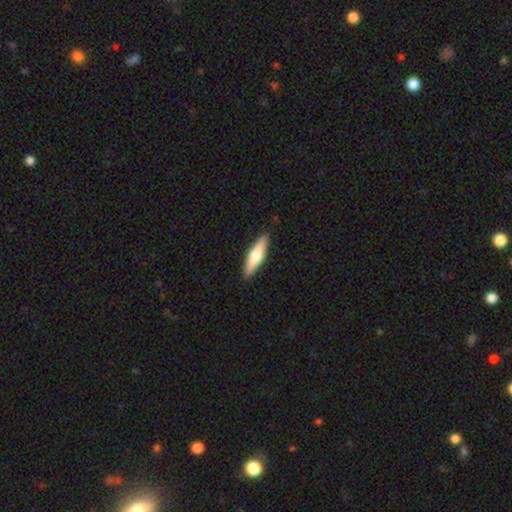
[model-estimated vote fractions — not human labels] Overall: smooth (54%; featured or disk 41%). How rounded: cigar-shaped (70%). Merging: none (90%).